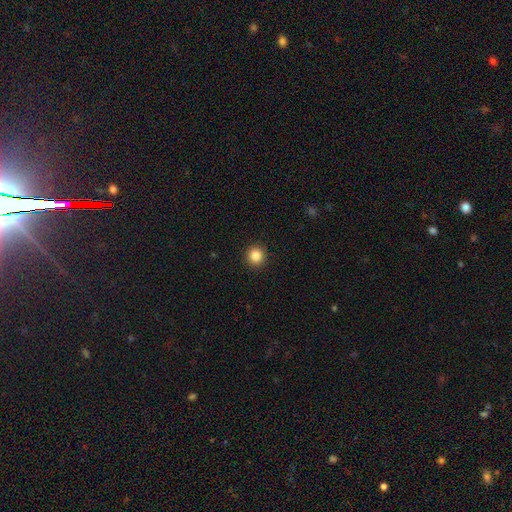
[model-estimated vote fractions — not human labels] This appears to be a smooth galaxy with no disk features (86%) that is round (94%). Merging: none (93%).